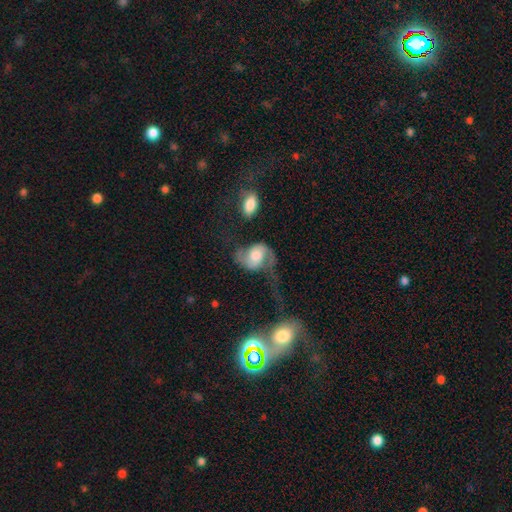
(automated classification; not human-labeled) Smooth or featured: featured or disk — 74% (smooth — 20%)
Edge-on disk: no — 97% (yes — 3%)
Bar: no — 58% (weak — 33%)
Spiral arms: yes — 91% (no — 9%)
Spiral winding: loose — 59% (medium — 32%)
Spiral arm count: 2 — 88% (1 — 5%)
Bulge size: moderate — 39% (large — 34%)
Merging: major disturbance — 37% (tied with none — 37%)